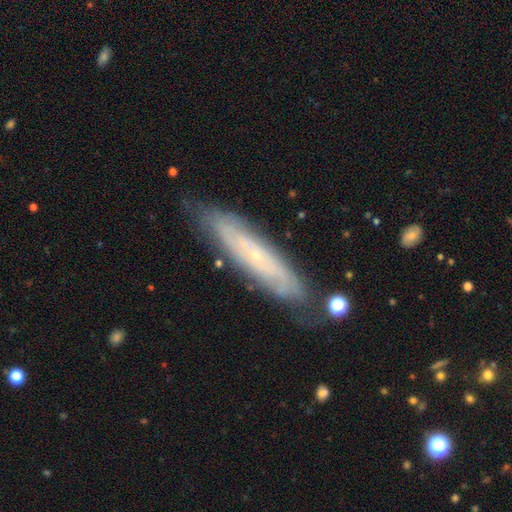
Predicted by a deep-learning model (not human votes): A featured or disk galaxy (71%).

Vote fractions:
- Smooth or featured? featured or disk: 71% / smooth: 22% / star or artifact: 7%
- Edge-on disk? no: 65% / yes: 35%
- Merging? none: 79% / minor disturbance: 15% / major disturbance: 3% / merger: 2%